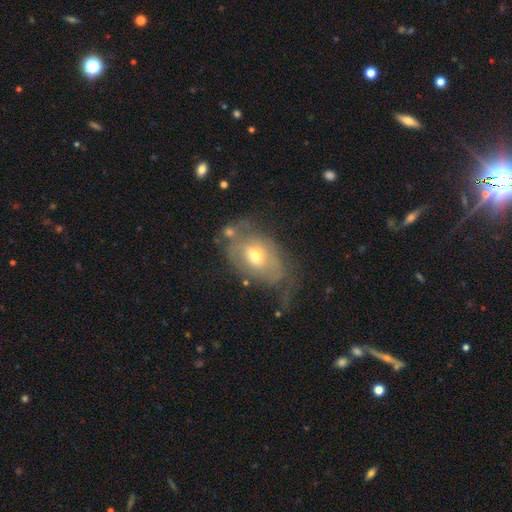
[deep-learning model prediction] Overall: featured or disk (47%; smooth 45%). Merging: none (39%; minor disturbance 29%).